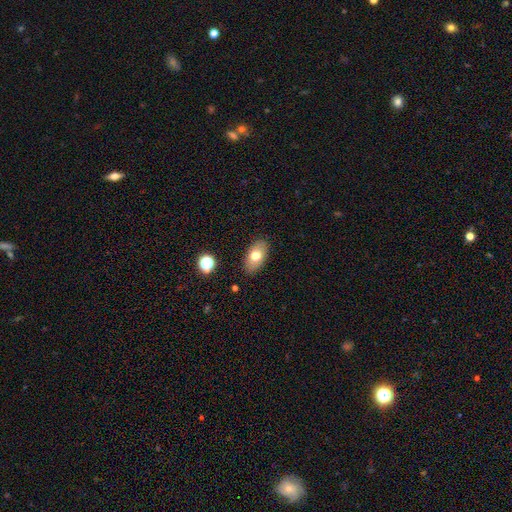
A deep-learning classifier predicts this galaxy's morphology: This is likely a smooth galaxy (71%). How rounded: clearly in between (91%). Merging: clearly none (86%).